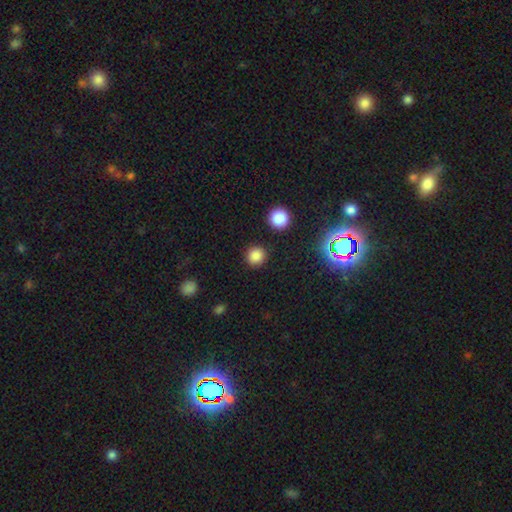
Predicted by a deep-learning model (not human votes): Smooth or featured?
  - smooth: 83% *
  - star or artifact: 13%
  - featured or disk: 4%
How rounded?
  - round: 93% *
  - in between: 6%
  - cigar-shaped: 1%
Merging?
  - none: 89% *
  - minor disturbance: 6%
  - major disturbance: 3%
  - merger: 2%